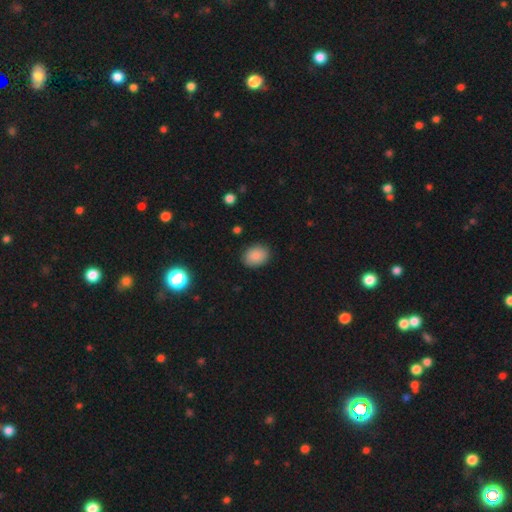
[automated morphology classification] The model was most divided on "how rounded": in between: 67%, round: 32%, cigar-shaped: 1%. More confident: merging — none (87%); smooth or featured — smooth (87%).